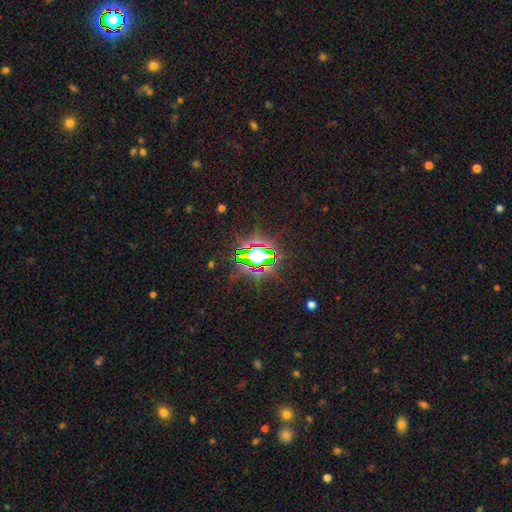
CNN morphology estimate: The model was most divided on "smooth or featured": star or artifact: 80%, smooth: 11%, featured or disk: 9%.